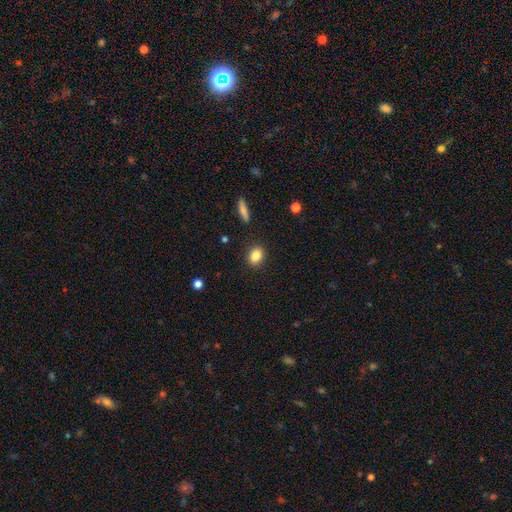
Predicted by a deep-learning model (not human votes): Overall: smooth (85%). How rounded: in between (52%; round 46%). Merging: none (88%).